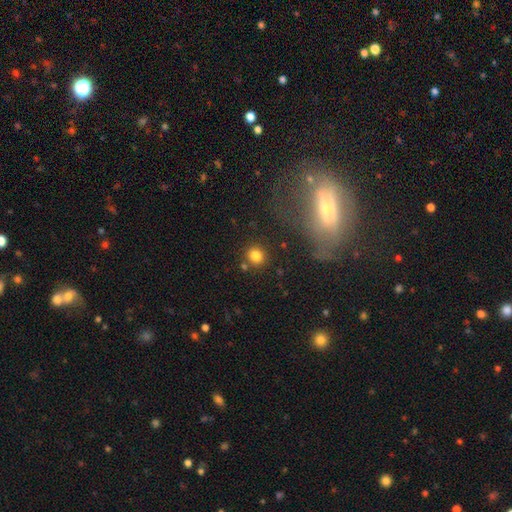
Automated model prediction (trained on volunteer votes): A smooth galaxy with no disk features (82%) that is round (87%). Merging: none (82%).